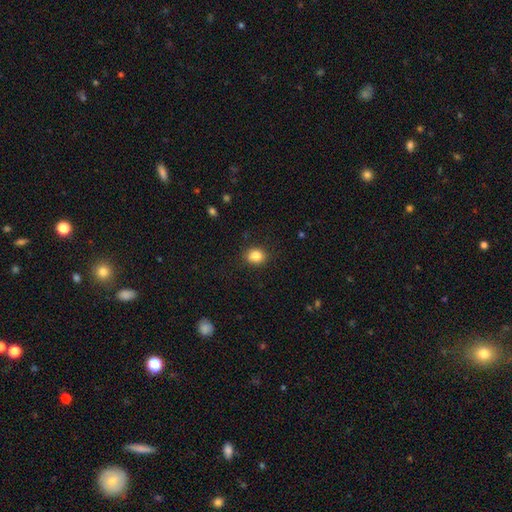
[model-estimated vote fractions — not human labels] Smooth or featured? Predicted: smooth (p=0.85). How rounded? Predicted: round (p=0.53). Merging? Predicted: none (p=0.85).